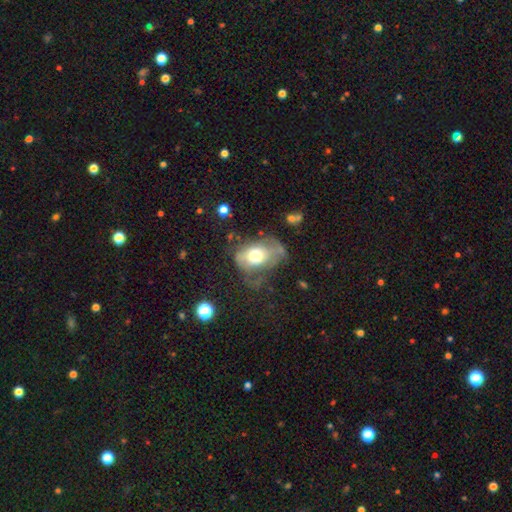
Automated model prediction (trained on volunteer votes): This appears to be a smooth galaxy with no disk features (50%). Merging: major disturbance (37%).